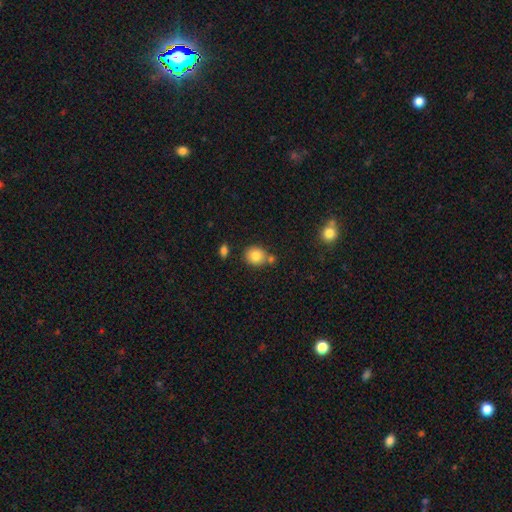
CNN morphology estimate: The model was most divided on "merging": none: 63%, merger: 20%, minor disturbance: 13%, major disturbance: 3%. More confident: smooth or featured — smooth (82%); how rounded — round (76%).